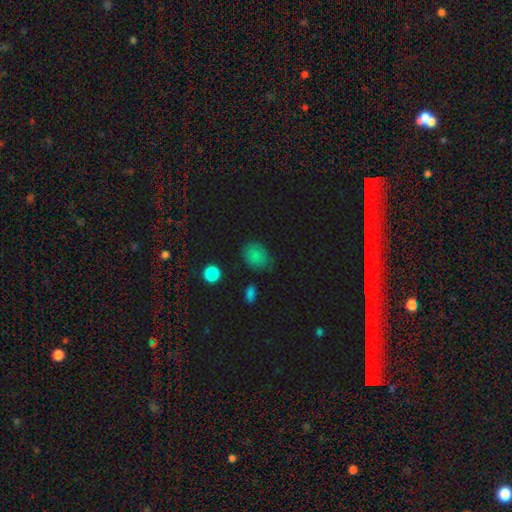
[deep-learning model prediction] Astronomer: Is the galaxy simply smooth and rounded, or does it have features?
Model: smooth — 80%.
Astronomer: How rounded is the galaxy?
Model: in between — 55% (runner-up: round, 44%).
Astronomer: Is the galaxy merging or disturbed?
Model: none — 71%.